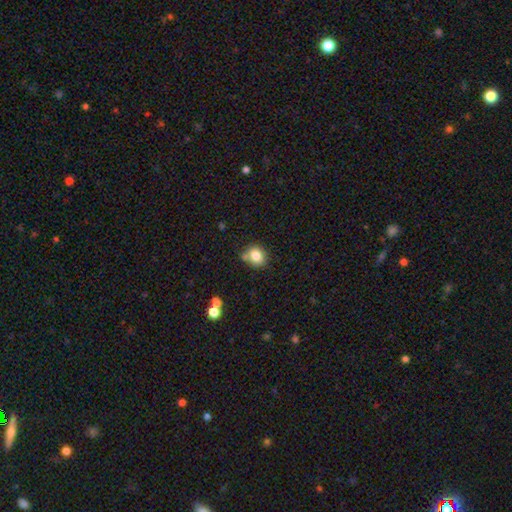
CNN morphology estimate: smooth-or-featured: smooth: 81% | star or artifact: 11% | featured or disk: 8%
  how-rounded: round: 74% | in between: 25% | cigar-shaped: 1%
  merging: none: 69% | minor disturbance: 14% | merger: 13% | major disturbance: 4%